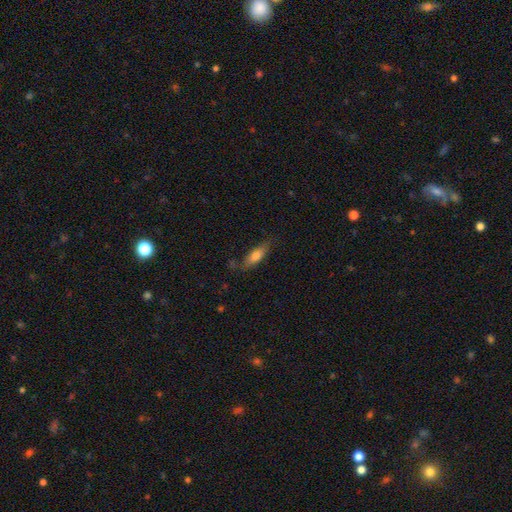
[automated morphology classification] type=smooth (72%); roundness=in between (57%); merging=none (73%).